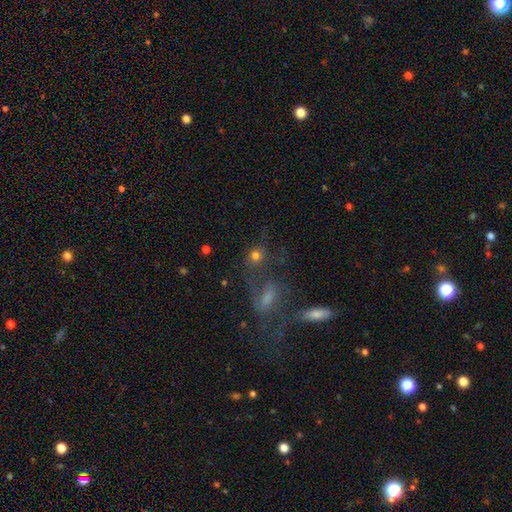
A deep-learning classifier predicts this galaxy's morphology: Overall: smooth (67%). How rounded: round (75%). Merging: none (53%; merger 23%).